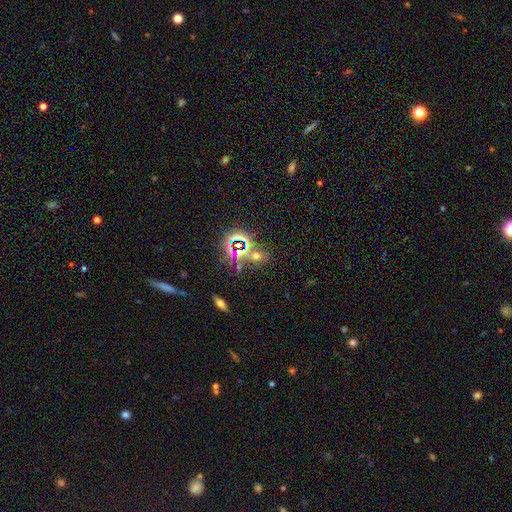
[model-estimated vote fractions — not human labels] Overall: star or artifact (57%; smooth 32%).